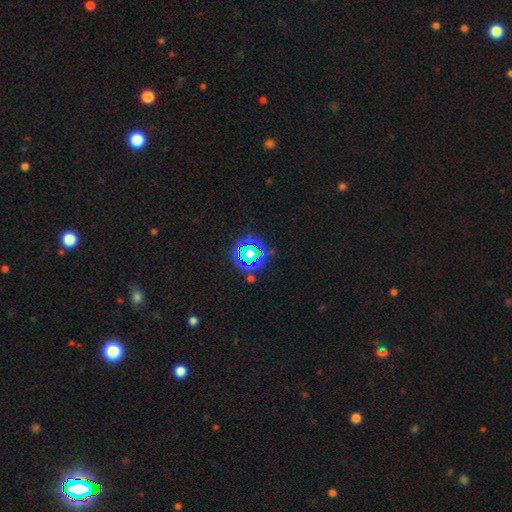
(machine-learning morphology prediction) Q: Smooth or featured?
A: star or artifact (76%); runner-up: smooth (17%)